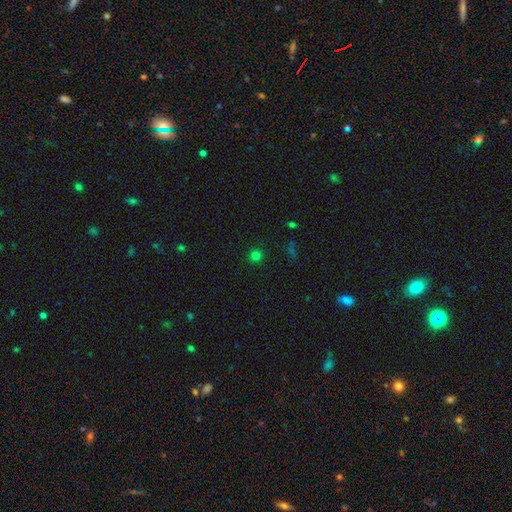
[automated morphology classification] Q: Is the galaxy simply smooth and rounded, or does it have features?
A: smooth — 77%.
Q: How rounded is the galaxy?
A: round — 95%.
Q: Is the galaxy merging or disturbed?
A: none — 92%.